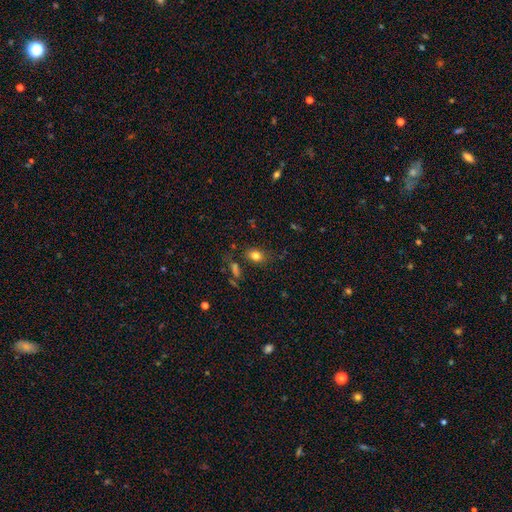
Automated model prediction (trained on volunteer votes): A smooth galaxy with no disk features (80%) that is in between round and cigar-shaped (66%).

Vote fractions:
- Smooth or featured? smooth: 80% / star or artifact: 12% / featured or disk: 8%
- How rounded? in between: 66% / round: 32% / cigar-shaped: 2%
- Merging? none: 78% / minor disturbance: 14% / major disturbance: 4% / merger: 4%